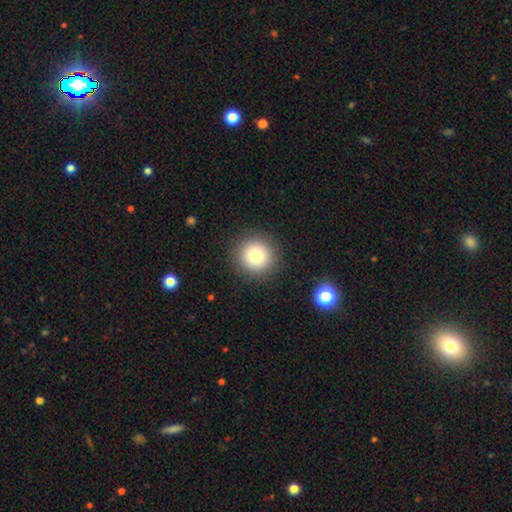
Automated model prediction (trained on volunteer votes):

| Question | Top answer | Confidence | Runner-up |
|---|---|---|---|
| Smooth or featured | smooth | 83% | star or artifact (11%) |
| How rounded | round | 93% | in between (6%) |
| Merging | none | 90% | minor disturbance (6%) |